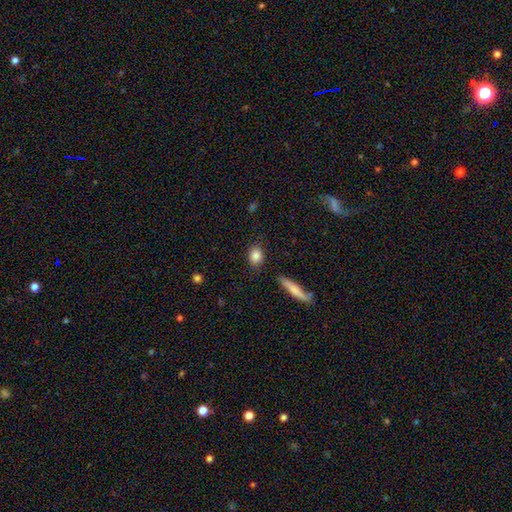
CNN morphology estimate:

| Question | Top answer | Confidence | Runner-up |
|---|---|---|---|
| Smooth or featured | smooth | 85% | star or artifact (8%) |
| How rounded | in between | 52% | round (45%) |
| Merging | none | 85% | minor disturbance (10%) |